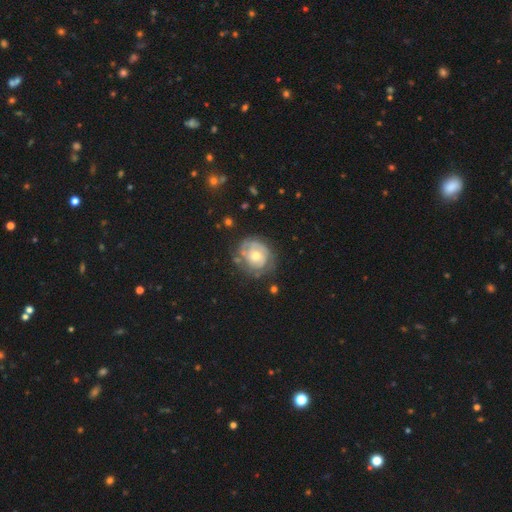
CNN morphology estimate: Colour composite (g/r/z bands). It shows a featured or disk galaxy (72%) with no bar (79%), tight (69%) spiral arms (82%) and a moderate central bulge (55%). Merging: none (66%).